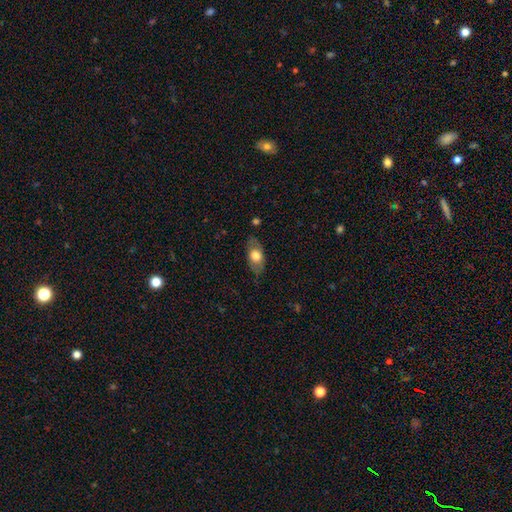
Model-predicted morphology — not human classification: This is likely a smooth galaxy (64%). How rounded: clearly in between (87%). Merging: likely none (76%).